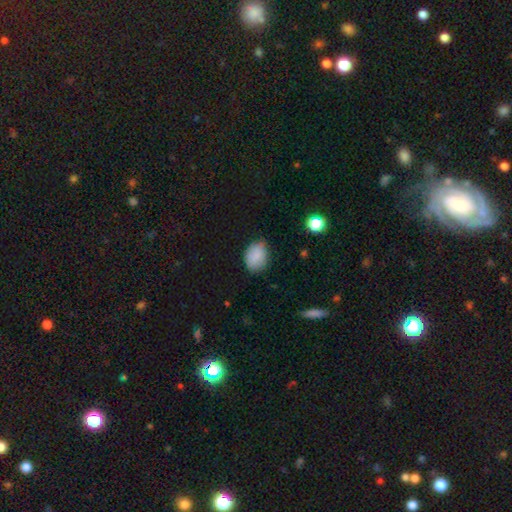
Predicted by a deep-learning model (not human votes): Q: Smooth or featured?
A: smooth (85%); runner-up: star or artifact (8%)
Q: How rounded?
A: in between (76%); runner-up: round (23%)
Q: Merging?
A: none (68%); runner-up: minor disturbance (26%)